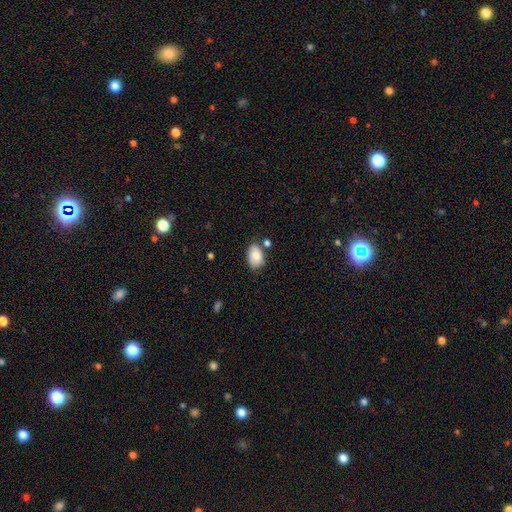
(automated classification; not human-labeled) This appears to be a smooth galaxy with no disk features (81%) that is in between round and cigar-shaped (91%). Merging: none (68%).